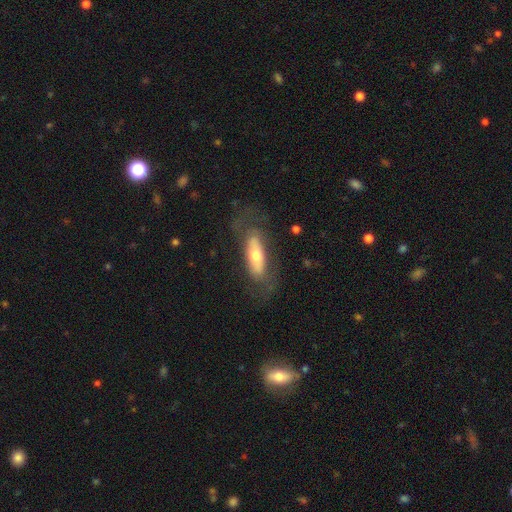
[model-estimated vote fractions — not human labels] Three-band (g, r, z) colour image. It shows a smooth galaxy with no disk features (47%, tied with featured or disk). Merging: none (65%).